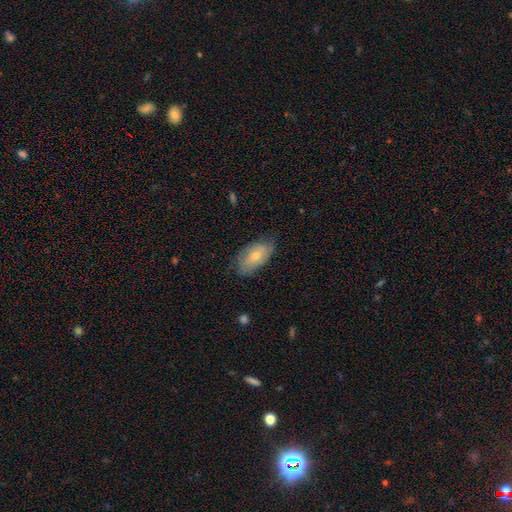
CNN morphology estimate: Smooth or featured: smooth — 64% (featured or disk — 30%)
How rounded: in between — 92% (round — 5%)
Merging: none — 67% (minor disturbance — 25%)